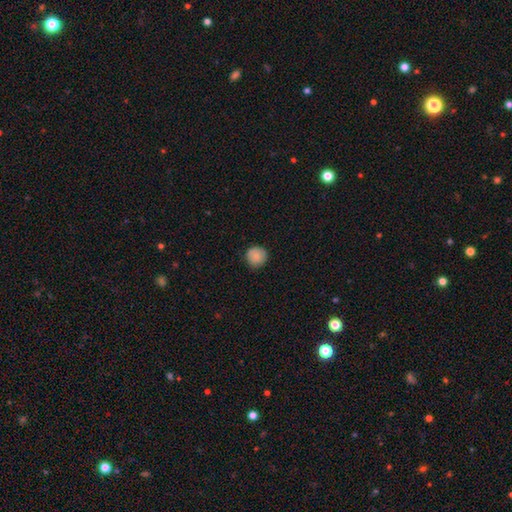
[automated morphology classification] This appears to be a smooth galaxy with no disk features (85%) that is round (94%). Merging: none (86%).